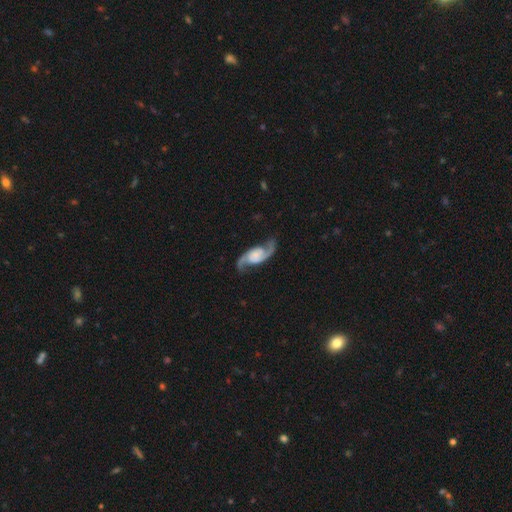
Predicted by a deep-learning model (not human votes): Smooth or featured? Predicted: featured or disk (p=0.91). Edge-on disk? Predicted: no (p=0.96). Bar? Predicted: no (p=0.56). Spiral arms? Predicted: yes (p=0.98). Spiral winding? Predicted: medium (p=0.47). Spiral arm count? Predicted: 2 (p=0.94). Bulge size? Predicted: small (p=0.37). Merging? Predicted: none (p=0.79).